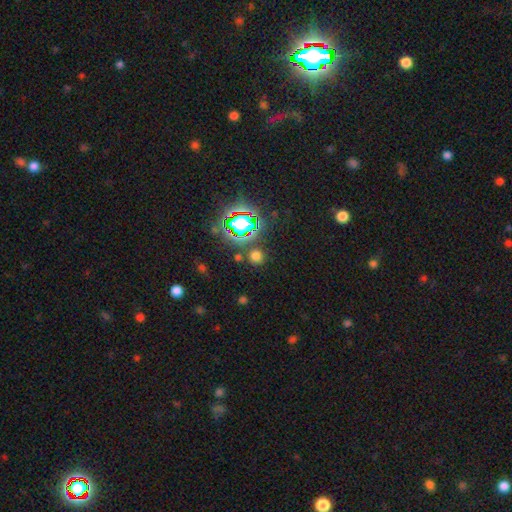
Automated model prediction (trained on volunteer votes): Morphology: type=smooth (63%); roundness=round (90%); merging=none (84%).